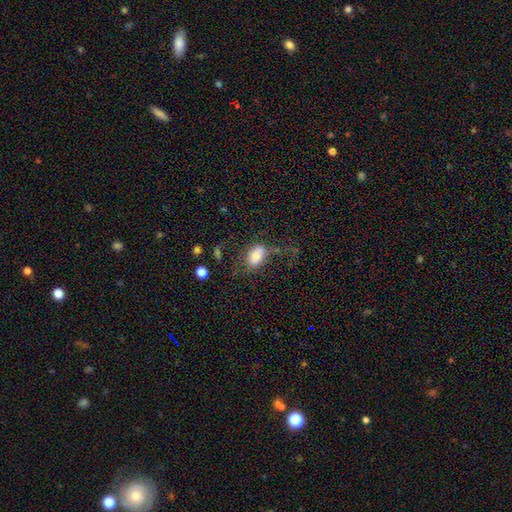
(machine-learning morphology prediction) smooth-or-featured: smooth: 71% | featured or disk: 20% | star or artifact: 9%
  how-rounded: in between: 84% | round: 14% | cigar-shaped: 2%
  merging: none: 48% | major disturbance: 23% | minor disturbance: 22% | merger: 7%